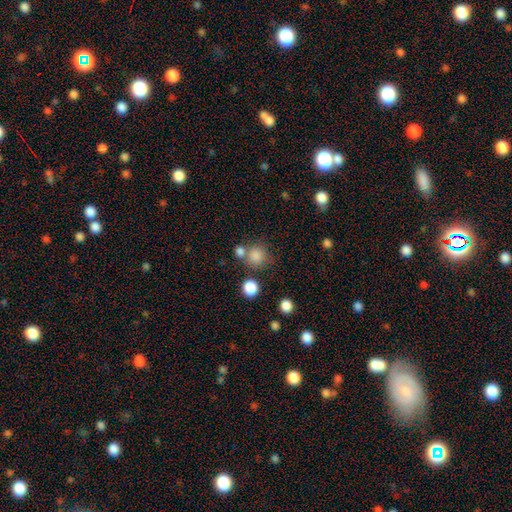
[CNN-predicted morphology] Smooth or featured: smooth — 81% (star or artifact — 13%)
How rounded: round — 89% (in between — 10%)
Merging: none — 64% (merger — 21%)